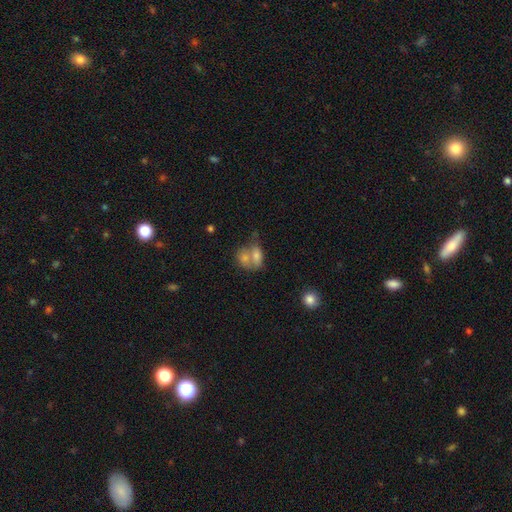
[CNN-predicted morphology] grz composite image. It shows a smooth galaxy with no disk features (69%) that is in between round and cigar-shaped (74%). Merging: merger (64%).